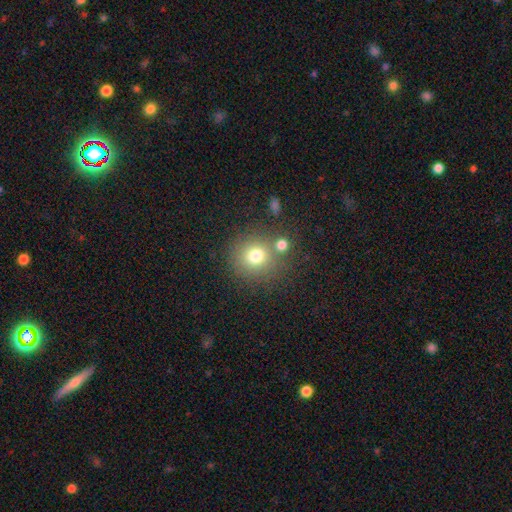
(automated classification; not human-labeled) Morphology: type=smooth (75%); roundness=round (91%); merging=none (71%).